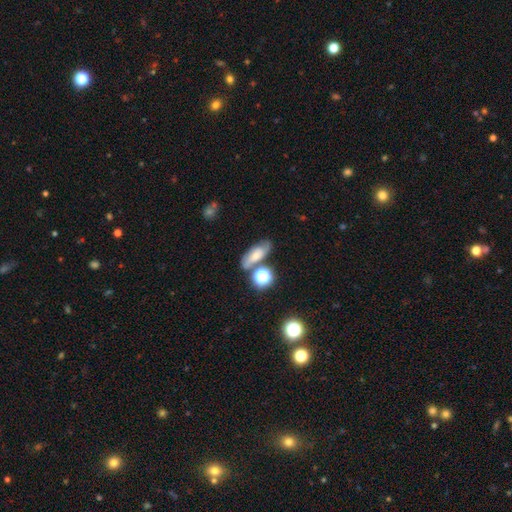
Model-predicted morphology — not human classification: smooth_or_featured: smooth (p=0.48) [alt: featured or disk p=0.36]
merging: none (p=0.57) [alt: minor disturbance p=0.18]